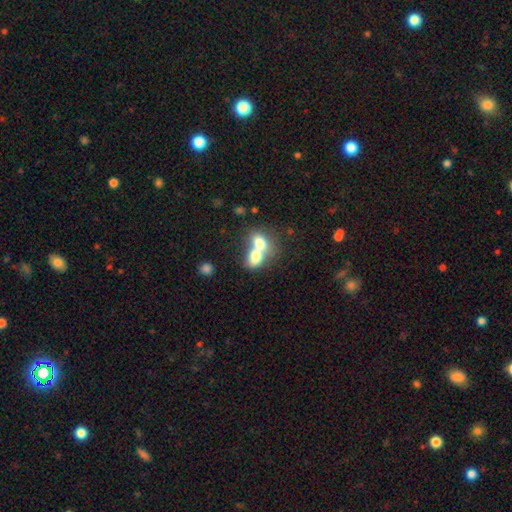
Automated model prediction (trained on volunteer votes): Morphology: type=smooth (71%); roundness=in between (66%); merging=merger (76%).